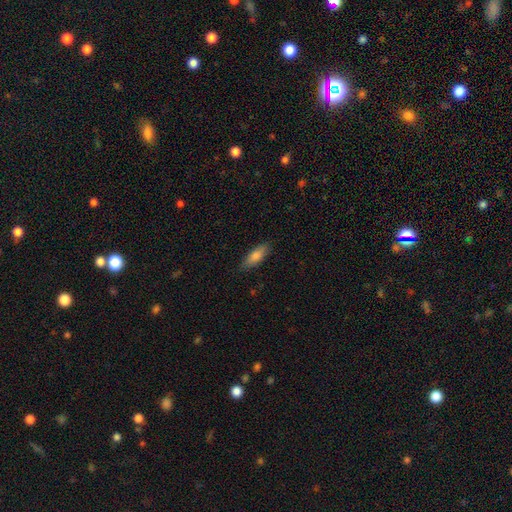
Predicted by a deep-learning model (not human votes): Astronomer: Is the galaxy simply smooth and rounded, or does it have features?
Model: smooth — 79%.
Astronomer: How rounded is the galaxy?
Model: in between — 61% (runner-up: cigar-shaped, 37%).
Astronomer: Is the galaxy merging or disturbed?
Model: none — 86%.